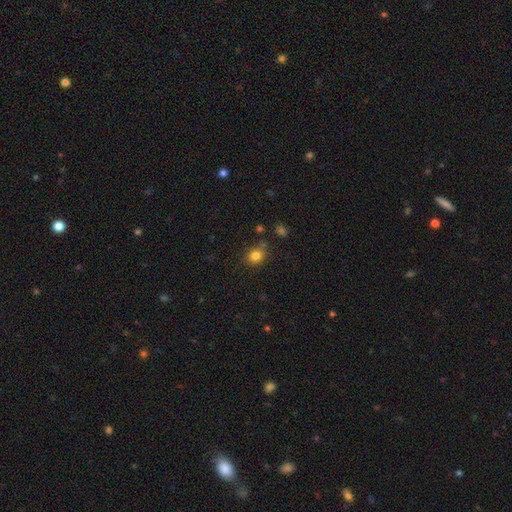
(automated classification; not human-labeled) smooth-or-featured: smooth: 82% | star or artifact: 12% | featured or disk: 6%
  how-rounded: round: 73% | in between: 26% | cigar-shaped: 1%
  merging: none: 77% | minor disturbance: 13% | merger: 6% | major disturbance: 4%